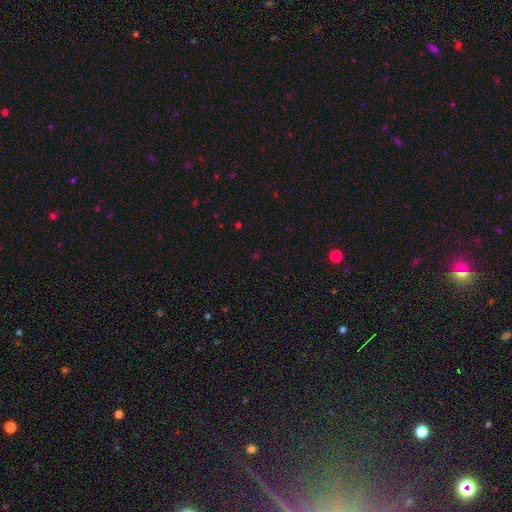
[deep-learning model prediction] Morphology: type=star or artifact (64%).